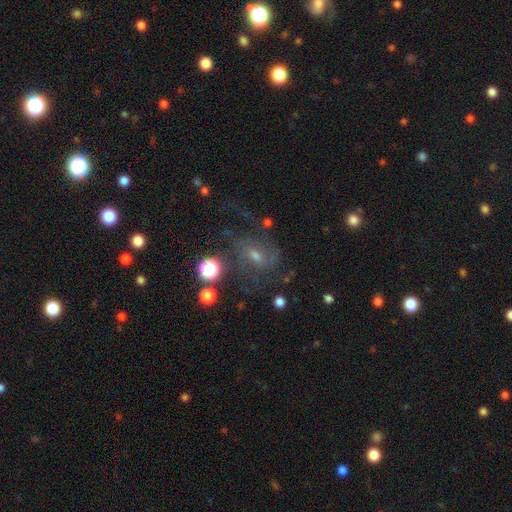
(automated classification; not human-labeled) This appears to be a featured or disk galaxy (67%) with a weak bar (46%), 2 (37%) medium (46%) spiral arms (88%) and a moderate central bulge (46%). Merging: none (55%).